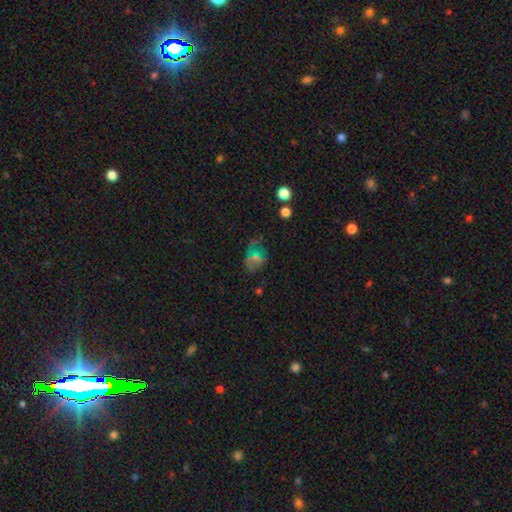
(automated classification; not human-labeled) Q: Smooth or featured?
A: smooth (42%); runner-up: featured or disk (36%)
Q: Merging?
A: none (47%); runner-up: minor disturbance (26%)